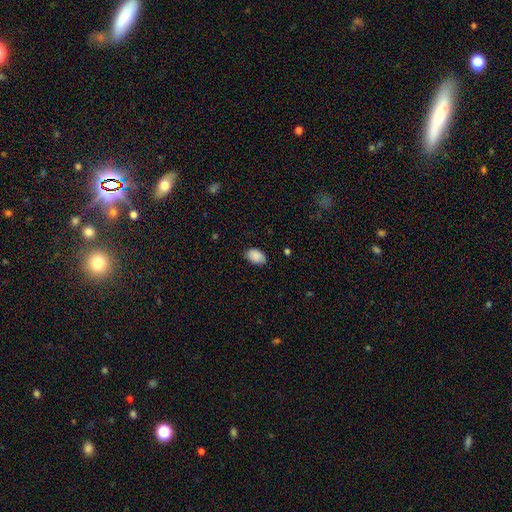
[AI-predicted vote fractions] Smooth or featured? Predicted: smooth (p=0.88). How rounded? Predicted: in between (p=0.85). Merging? Predicted: none (p=0.77).